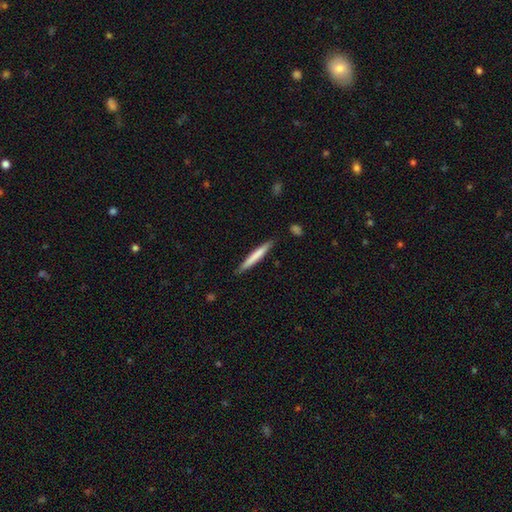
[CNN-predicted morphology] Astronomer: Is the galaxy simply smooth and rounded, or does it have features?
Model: smooth — 69%.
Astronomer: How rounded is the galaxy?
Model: cigar-shaped — 96%.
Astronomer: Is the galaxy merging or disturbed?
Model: none — 87%.